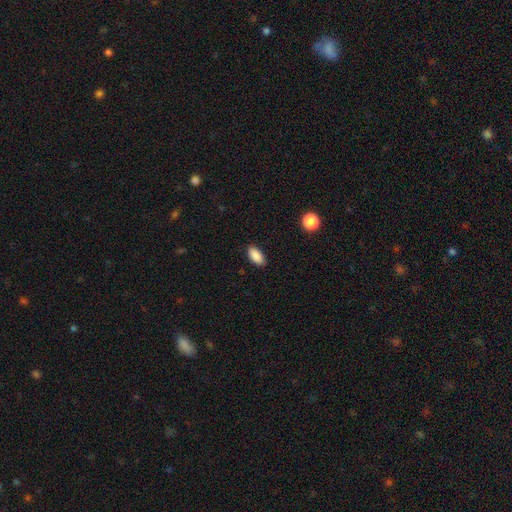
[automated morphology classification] Q: Smooth or featured?
A: smooth (89%); runner-up: star or artifact (7%)
Q: How rounded?
A: in between (91%); runner-up: cigar-shaped (6%)
Q: Merging?
A: none (89%); runner-up: minor disturbance (8%)